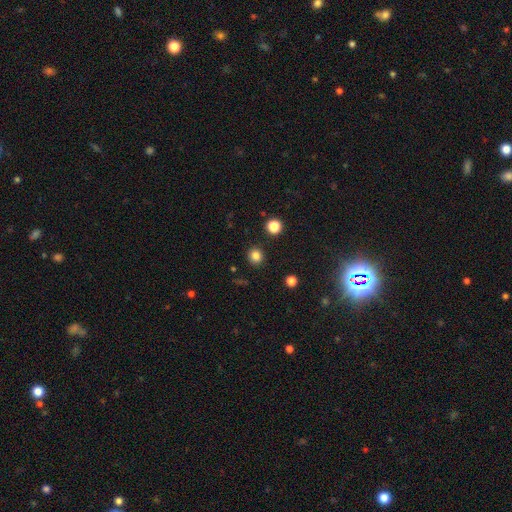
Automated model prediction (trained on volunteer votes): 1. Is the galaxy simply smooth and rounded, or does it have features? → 82% smooth, 13% star or artifact, 4% featured or disk.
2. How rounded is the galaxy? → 91% round, 8% in between, 1% cigar-shaped.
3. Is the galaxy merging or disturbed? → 91% none, 5% minor disturbance, 2% major disturbance, 2% merger.